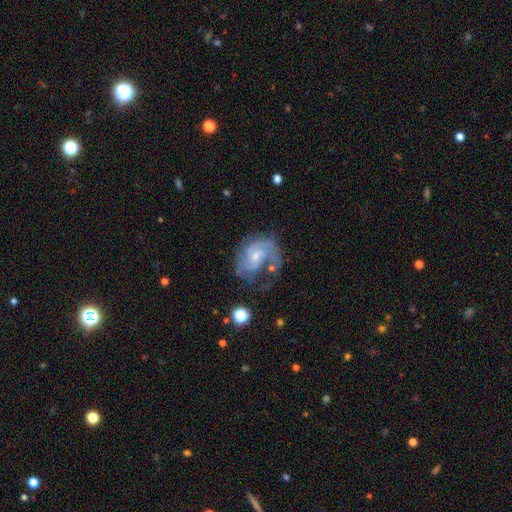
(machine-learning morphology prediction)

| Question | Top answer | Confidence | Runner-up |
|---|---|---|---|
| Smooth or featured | featured or disk | 76% | smooth (16%) |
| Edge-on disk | no | 98% | yes (2%) |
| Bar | no | 54% | weak (40%) |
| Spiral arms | yes | 86% | no (14%) |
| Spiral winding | medium | 44% | tight (32%) |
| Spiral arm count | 2 | 42% | can't tell (26%) |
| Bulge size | small | 59% | moderate (31%) |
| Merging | none | 39% | major disturbance (32%) |